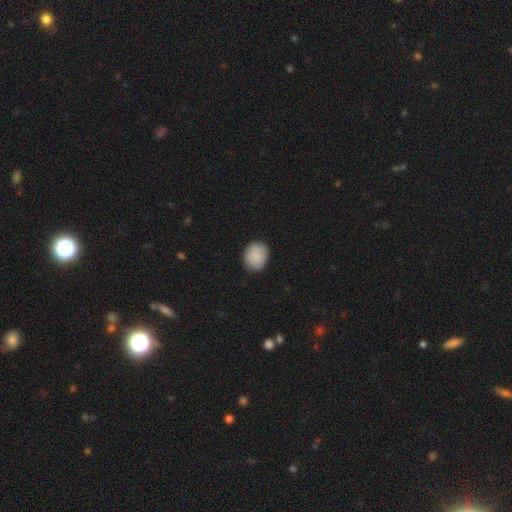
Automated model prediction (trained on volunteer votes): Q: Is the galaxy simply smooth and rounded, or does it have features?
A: smooth — 86%.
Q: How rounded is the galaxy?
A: round — 62%.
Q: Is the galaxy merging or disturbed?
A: none — 84%.